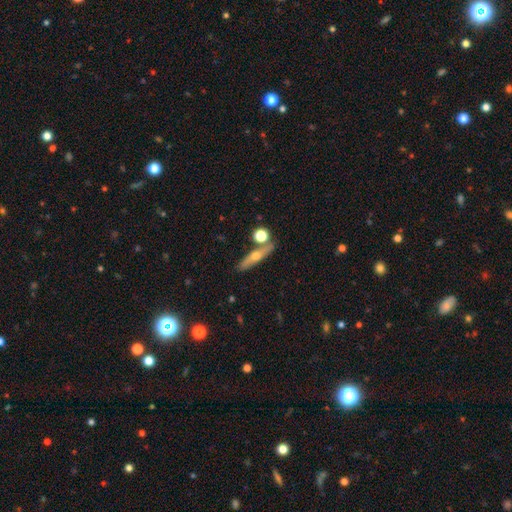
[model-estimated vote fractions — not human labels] featured or disk 50%, smooth 41%, star or artifact 8%. Down the decision tree: edge-on disk — yes (85%); merging — none (76%).